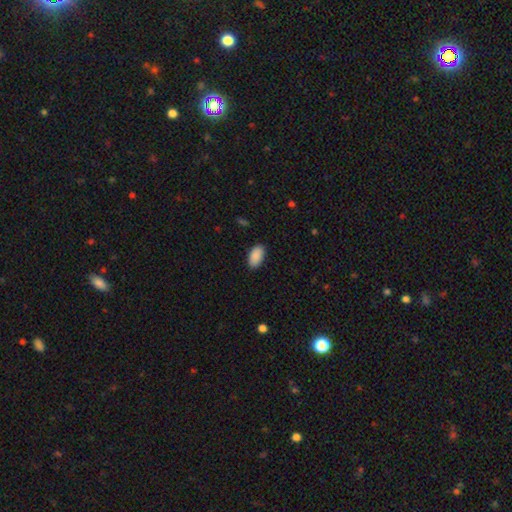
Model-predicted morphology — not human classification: A smooth galaxy with no disk features (90%) that is in between round and cigar-shaped (95%). Merging: none (88%).